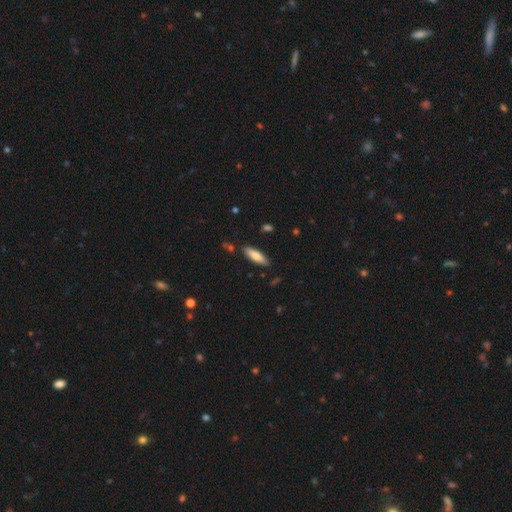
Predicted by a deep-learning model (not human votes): The model was most divided on "how rounded": cigar-shaped: 51%, in between: 47%, round: 2%. More confident: merging — none (85%); smooth or featured — smooth (75%).